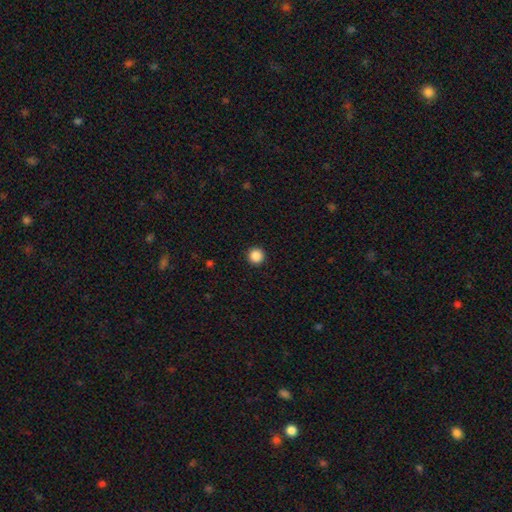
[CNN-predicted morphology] Smooth or featured? smooth (87%)
How rounded? round (96%)
Merging? none (93%)